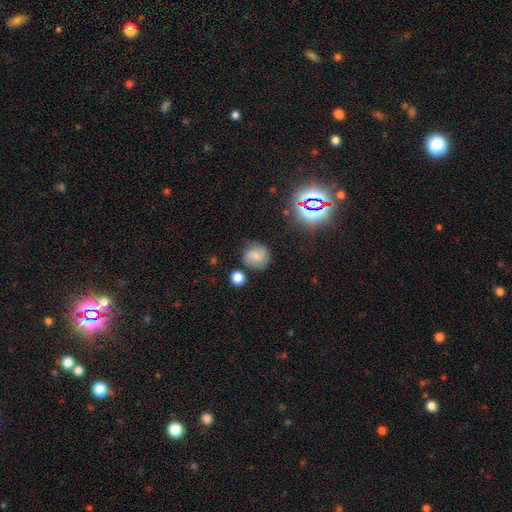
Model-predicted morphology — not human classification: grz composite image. It shows a smooth galaxy with no disk features (61%) that is round (85%). Merging: none (69%).